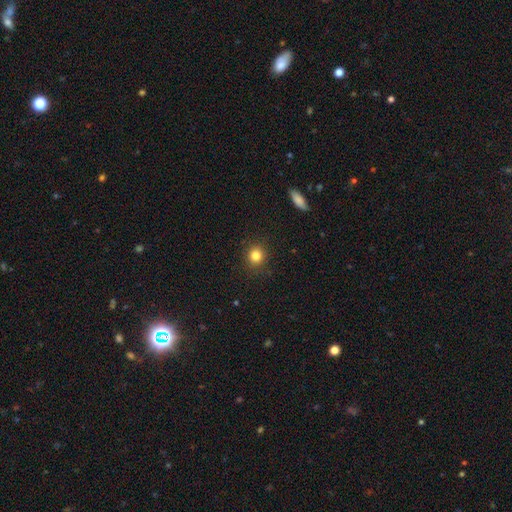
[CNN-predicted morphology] A smooth galaxy with no disk features (83%) that is round (88%). Merging: none (90%).